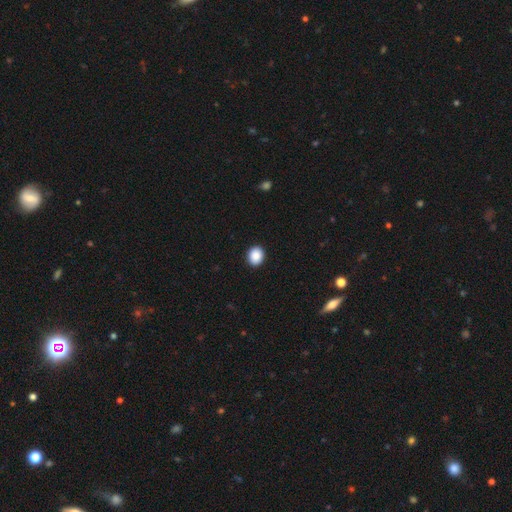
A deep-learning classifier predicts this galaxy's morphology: This is clearly a smooth galaxy (89%). How rounded: possibly round (60%). Merging: clearly none (92%).